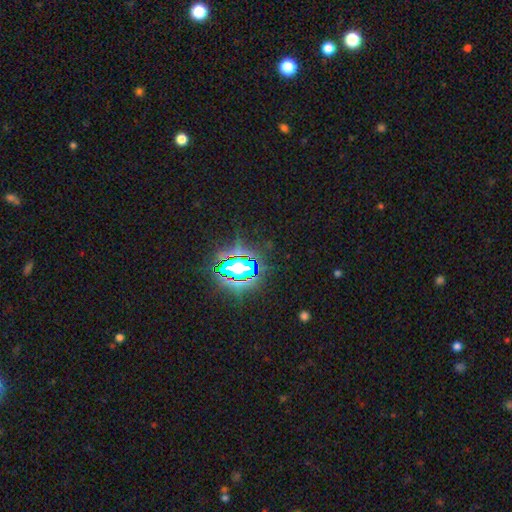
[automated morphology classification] type=star or artifact (79%).